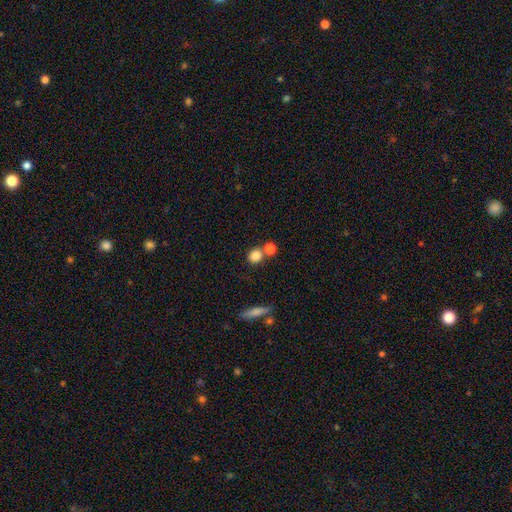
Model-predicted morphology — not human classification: smooth-or-featured: smooth: 83% | star or artifact: 11% | featured or disk: 7%
  how-rounded: round: 82% | in between: 16% | cigar-shaped: 2%
  merging: none: 60% | merger: 29% | minor disturbance: 8% | major disturbance: 3%